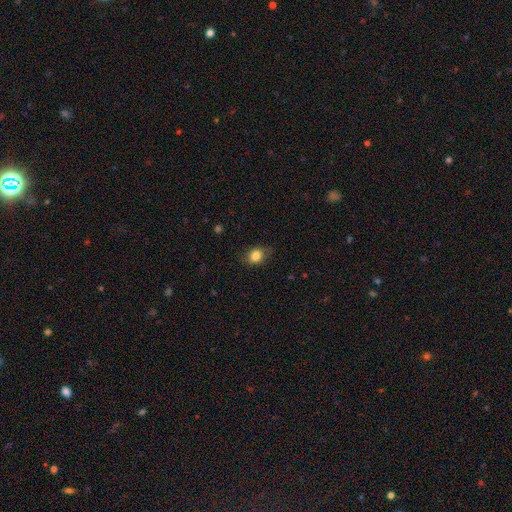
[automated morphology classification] smooth-or-featured: smooth: 83% | star or artifact: 9% | featured or disk: 8%
  how-rounded: in between: 59% | round: 39% | cigar-shaped: 1%
  merging: none: 75% | minor disturbance: 19% | major disturbance: 5% | merger: 1%